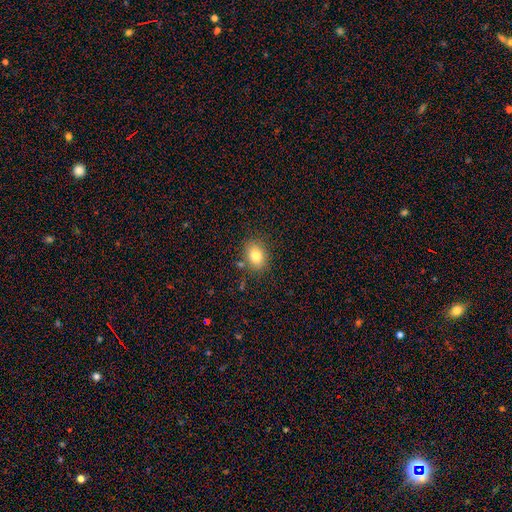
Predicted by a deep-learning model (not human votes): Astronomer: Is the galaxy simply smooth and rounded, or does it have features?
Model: smooth — 81%.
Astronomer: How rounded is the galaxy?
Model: in between — 68%.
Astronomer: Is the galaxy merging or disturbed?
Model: none — 80%.